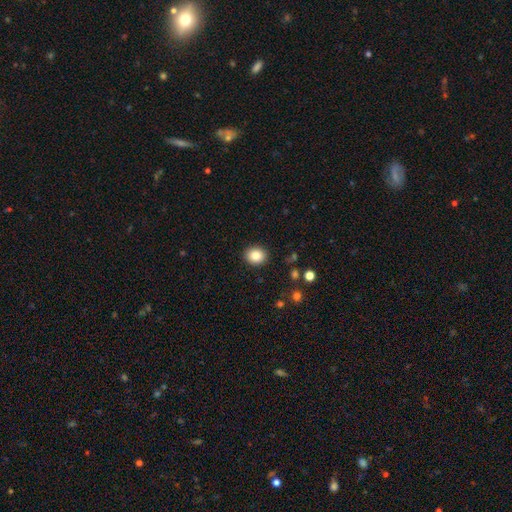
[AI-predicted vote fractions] smooth-or-featured: smooth: 84% | star or artifact: 10% | featured or disk: 6%
  how-rounded: round: 67% | in between: 32% | cigar-shaped: 1%
  merging: none: 91% | minor disturbance: 6% | major disturbance: 2% | merger: 1%